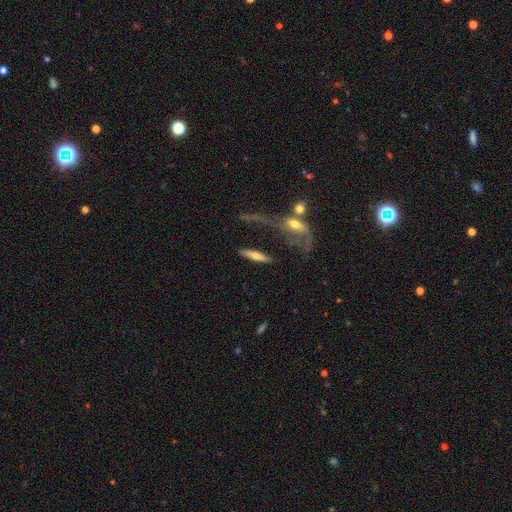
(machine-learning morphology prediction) This is possibly a featured or disk galaxy (48%). Merging: likely none (61%).